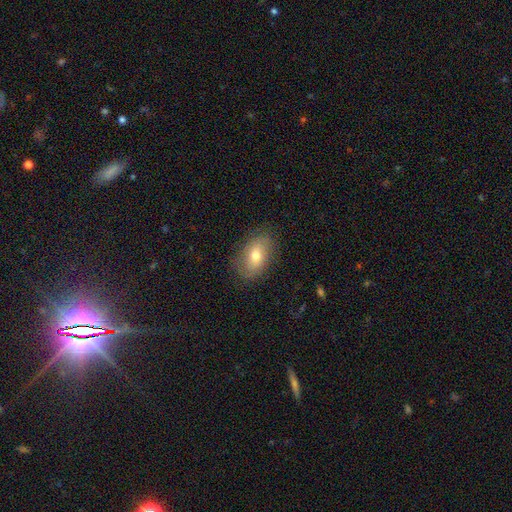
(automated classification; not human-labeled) A smooth galaxy with no disk features (68%) that is in between round and cigar-shaped (88%). Merging: none (80%).